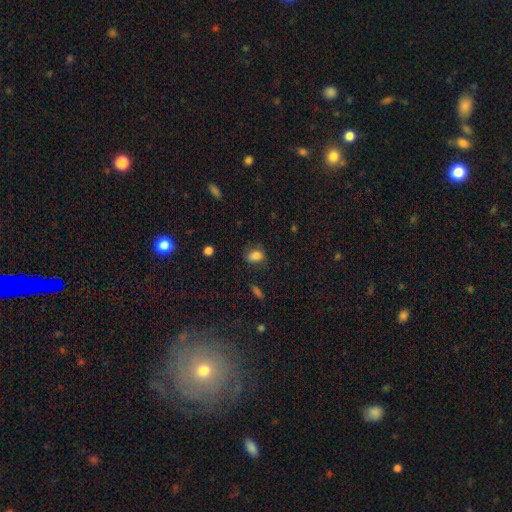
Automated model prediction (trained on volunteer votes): Smooth or featured? smooth (83%)
How rounded? in between (73%)
Merging? none (68%)